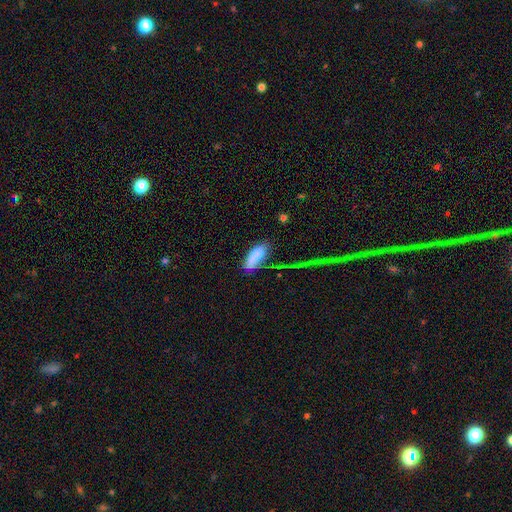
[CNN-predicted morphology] Overall: smooth (79%). How rounded: in between (72%). Merging: none (47%; minor disturbance 28%).